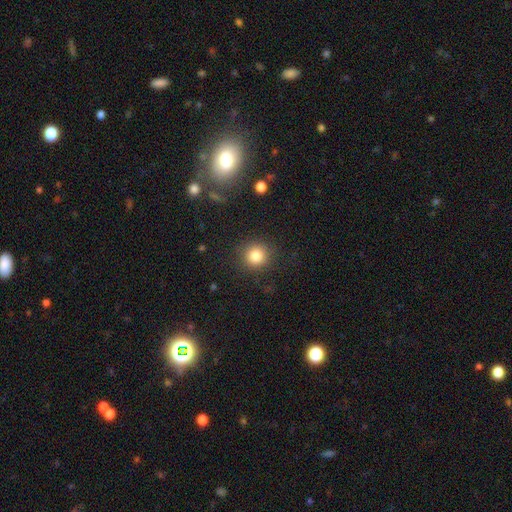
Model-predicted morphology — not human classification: The model was most divided on "smooth or featured": smooth: 82%, star or artifact: 11%, featured or disk: 6%. More confident: how rounded — round (90%); merging — none (87%).